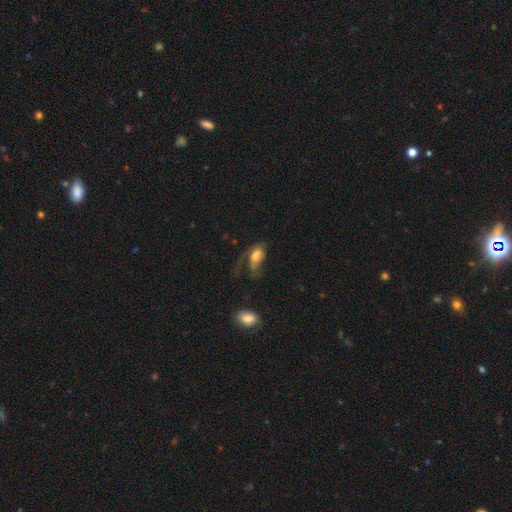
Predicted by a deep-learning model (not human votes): A smooth galaxy with no disk features (60%) that is in between round and cigar-shaped (88%). Merging: major disturbance (57%).